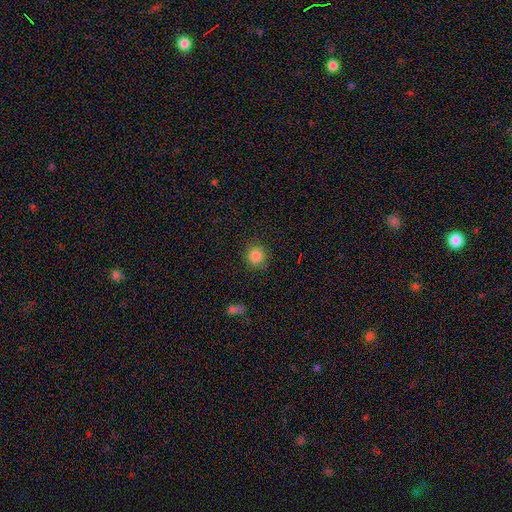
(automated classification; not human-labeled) Smooth or featured?
  - smooth: 85% *
  - star or artifact: 11%
  - featured or disk: 4%
How rounded?
  - round: 91% *
  - in between: 8%
  - cigar-shaped: 1%
Merging?
  - none: 89% *
  - minor disturbance: 7%
  - major disturbance: 3%
  - merger: 1%